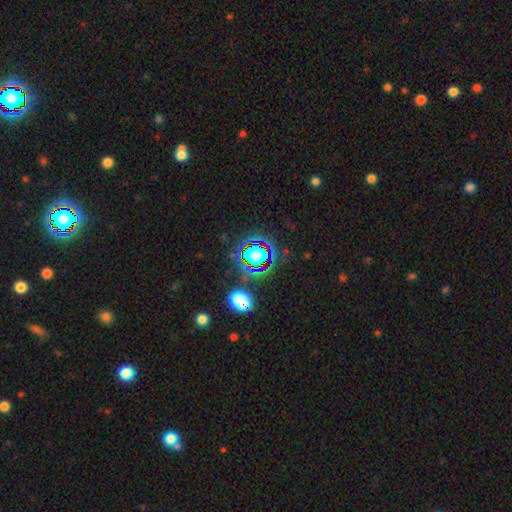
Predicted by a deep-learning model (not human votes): The model was most divided on "smooth or featured": star or artifact: 62%, smooth: 24%, featured or disk: 15%.